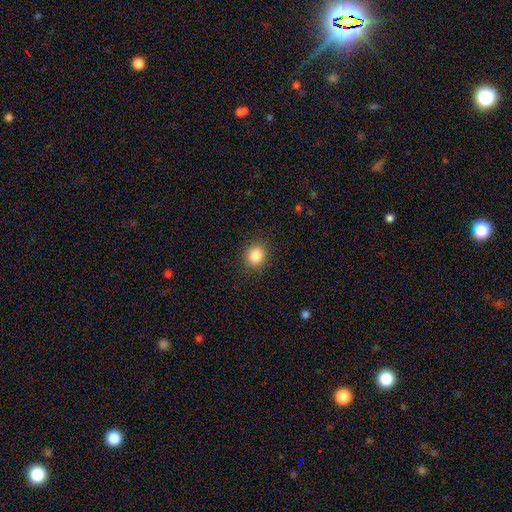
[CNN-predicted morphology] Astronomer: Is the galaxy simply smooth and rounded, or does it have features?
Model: smooth — 85%.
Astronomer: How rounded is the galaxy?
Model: round — 82%.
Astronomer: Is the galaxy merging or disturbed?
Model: none — 89%.